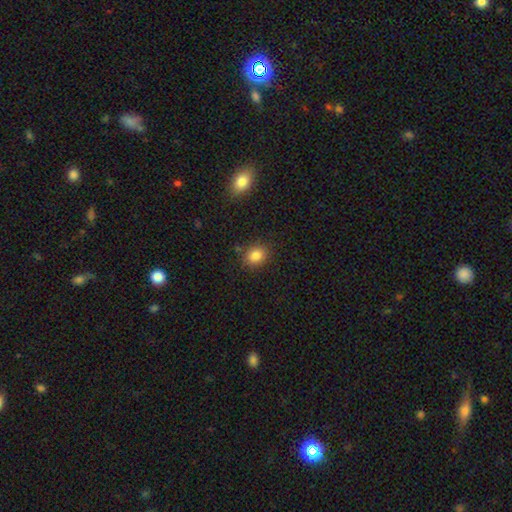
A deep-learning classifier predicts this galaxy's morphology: This is clearly a smooth galaxy (84%). How rounded: possibly round (59%). Merging: clearly none (83%).